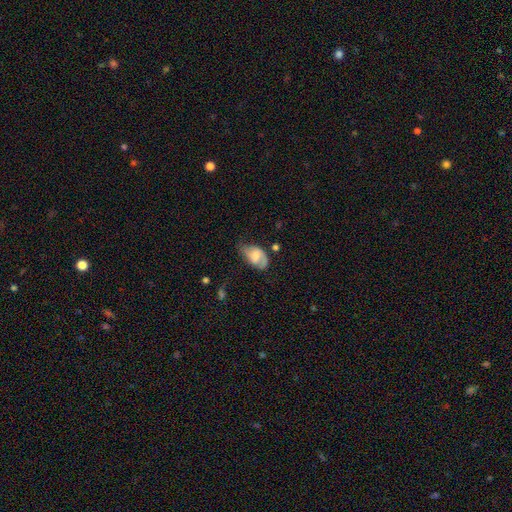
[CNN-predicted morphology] This is possibly a smooth galaxy (53%). How rounded: clearly in between (89%). Merging: marginally none (40%).